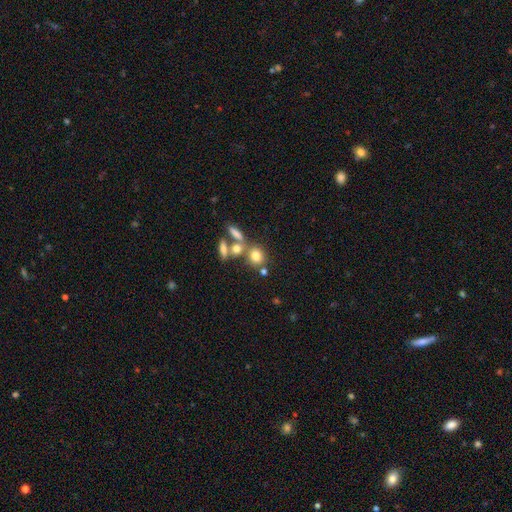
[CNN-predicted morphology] Overall: smooth (73%). How rounded: round (69%). Merging: none (55%; merger 30%).